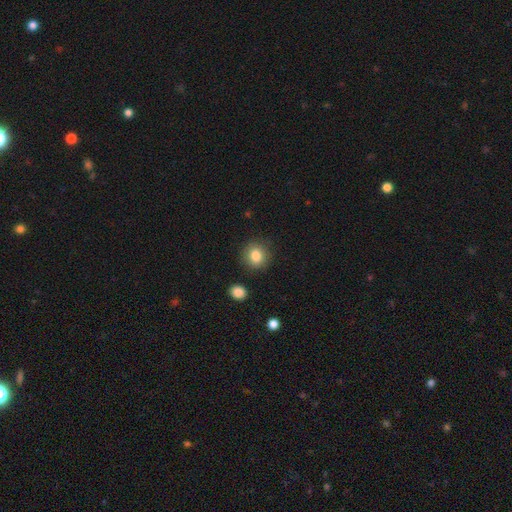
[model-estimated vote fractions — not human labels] Smooth or featured: smooth — 85% (star or artifact — 9%)
How rounded: round — 84% (in between — 15%)
Merging: none — 87% (minor disturbance — 8%)